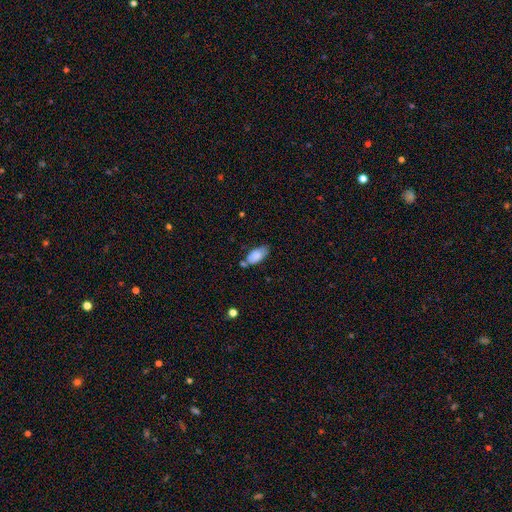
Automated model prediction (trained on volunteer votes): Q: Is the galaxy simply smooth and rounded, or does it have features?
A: smooth — 82%.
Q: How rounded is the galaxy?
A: in between — 92%.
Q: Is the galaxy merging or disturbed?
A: none — 58%.